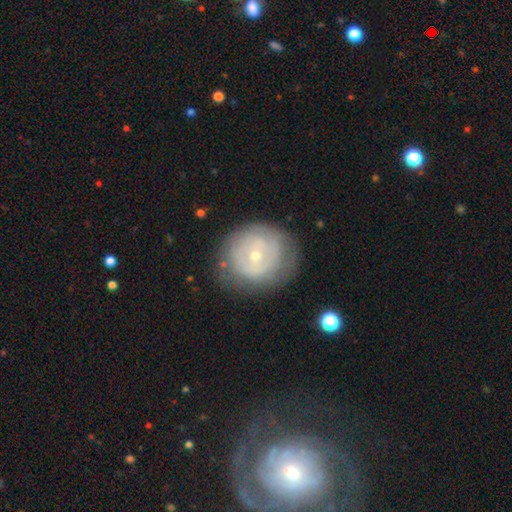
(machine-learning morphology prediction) featured or disk 55%, smooth 38%, star or artifact 7%. Down the decision tree: edge-on disk — no (96%); bar — no (77%); spiral arms — no (56%); bulge size — small (67%); merging — none (70%).